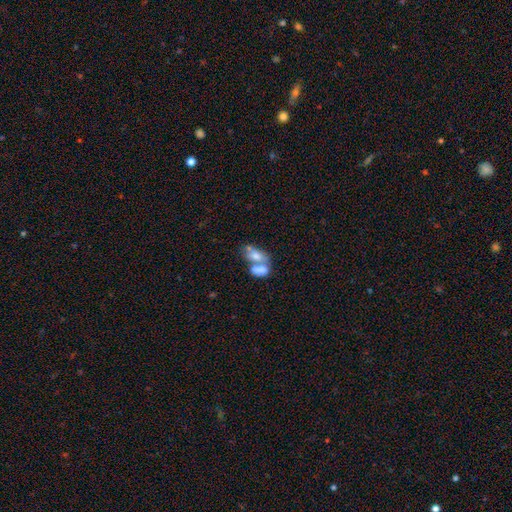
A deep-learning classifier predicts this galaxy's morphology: Overall: smooth (64%; featured or disk 28%). How rounded: in between (85%). Merging: merger (69%).